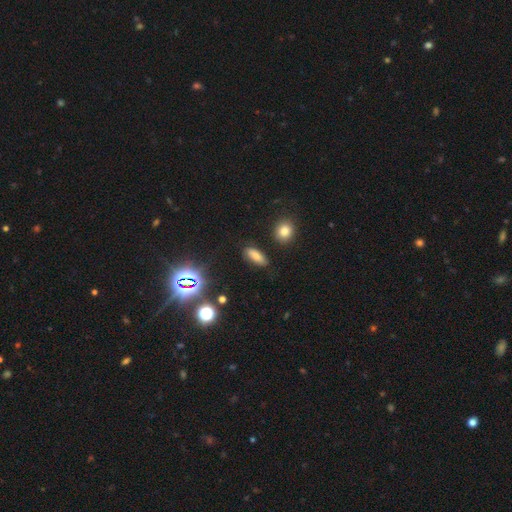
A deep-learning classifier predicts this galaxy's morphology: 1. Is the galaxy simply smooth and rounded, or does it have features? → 73% smooth, 17% star or artifact, 10% featured or disk.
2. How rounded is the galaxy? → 73% in between, 22% cigar-shaped, 5% round.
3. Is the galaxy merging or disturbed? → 84% none, 11% minor disturbance, 3% major disturbance, 2% merger.